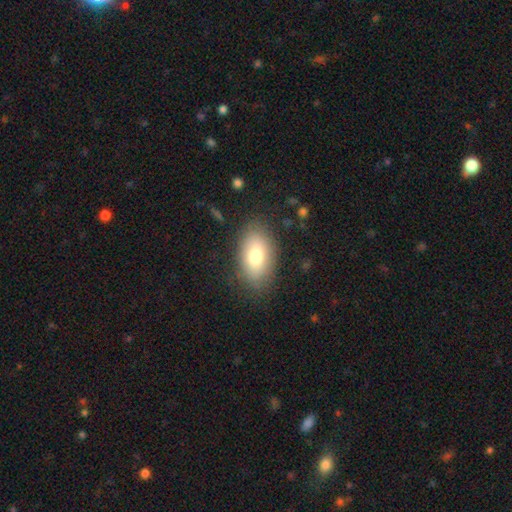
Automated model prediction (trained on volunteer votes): Q: Smooth or featured?
A: smooth (76%); runner-up: featured or disk (16%)
Q: How rounded?
A: in between (91%); runner-up: round (6%)
Q: Merging?
A: none (82%); runner-up: minor disturbance (13%)